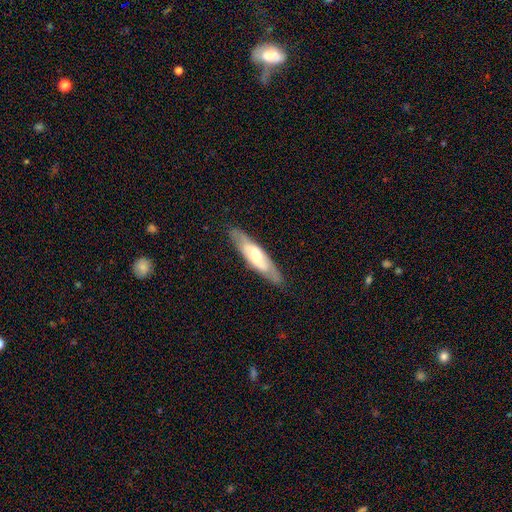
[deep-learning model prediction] Q: Smooth or featured?
A: featured or disk (52%); runner-up: smooth (43%)
Q: Edge-on disk?
A: no (53%); runner-up: yes (47%)
Q: Merging?
A: none (83%); runner-up: minor disturbance (13%)